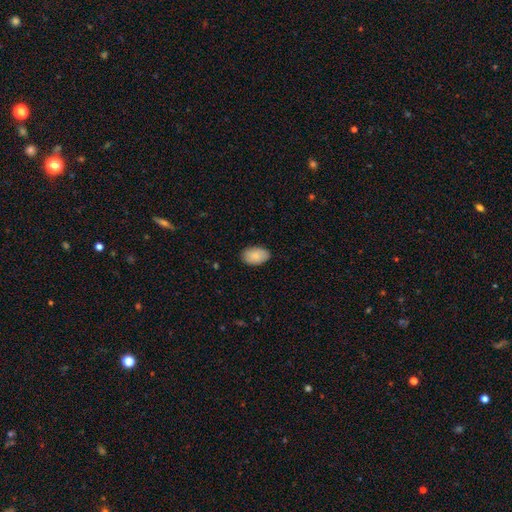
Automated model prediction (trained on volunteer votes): A smooth galaxy with no disk features (85%) that is in between round and cigar-shaped (92%). Merging: none (85%).